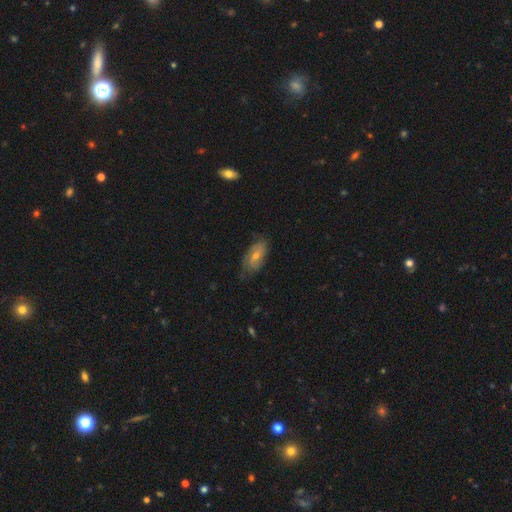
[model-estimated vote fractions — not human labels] This appears to be a featured or disk galaxy (51%). Merging: none (73%).